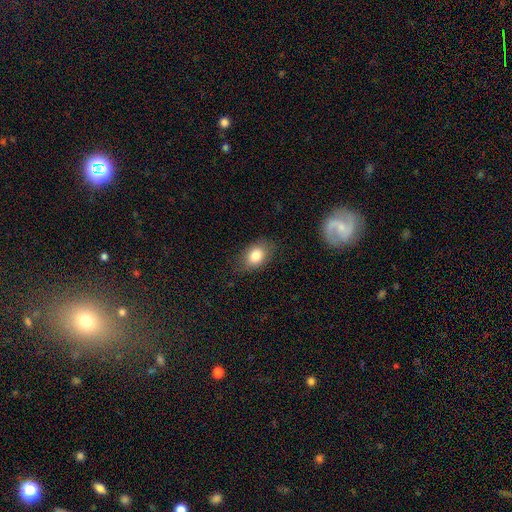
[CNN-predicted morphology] Smooth or featured?
  - smooth: 82% *
  - featured or disk: 10%
  - star or artifact: 8%
How rounded?
  - in between: 76% *
  - round: 23%
  - cigar-shaped: 1%
Merging?
  - none: 77% *
  - minor disturbance: 17%
  - major disturbance: 5%
  - merger: 1%